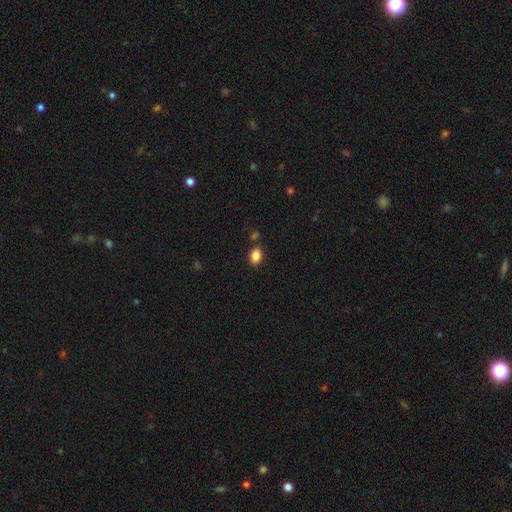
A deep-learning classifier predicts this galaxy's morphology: Smooth or featured? smooth (86%)
How rounded? in between (78%)
Merging? none (81%)